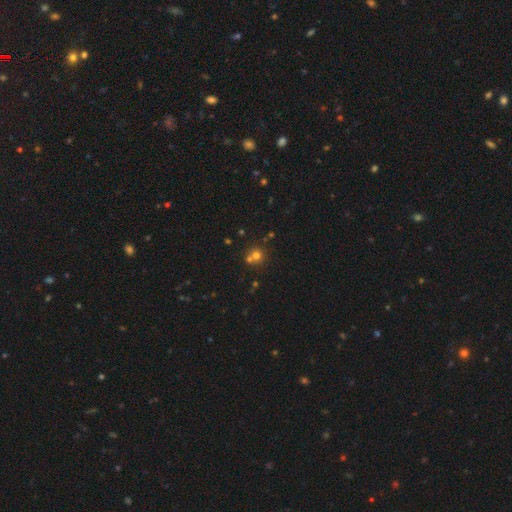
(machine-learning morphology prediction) Q: Smooth or featured?
A: smooth (65%); runner-up: star or artifact (21%)
Q: How rounded?
A: round (89%); runner-up: in between (10%)
Q: Merging?
A: none (55%); runner-up: merger (35%)